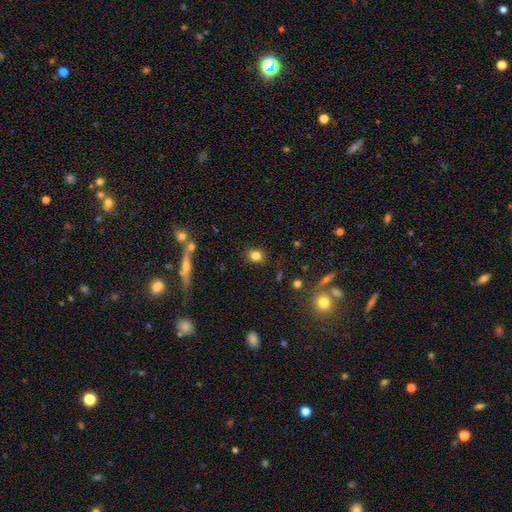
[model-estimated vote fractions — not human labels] smooth 81%, star or artifact 11%, featured or disk 8%. Down the decision tree: how rounded — round (67%); merging — none (86%).